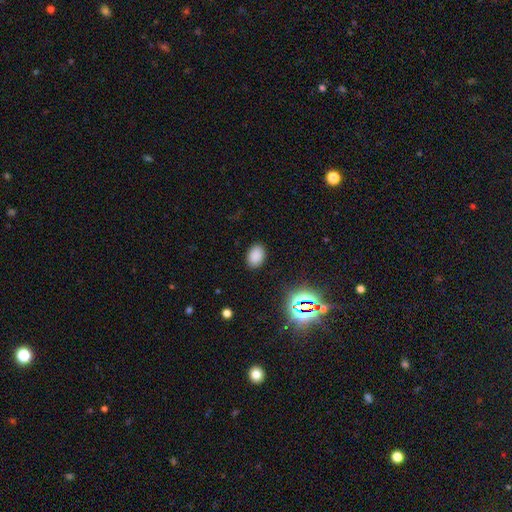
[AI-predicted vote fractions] Overall: smooth (83%). How rounded: in between (83%). Merging: none (87%).